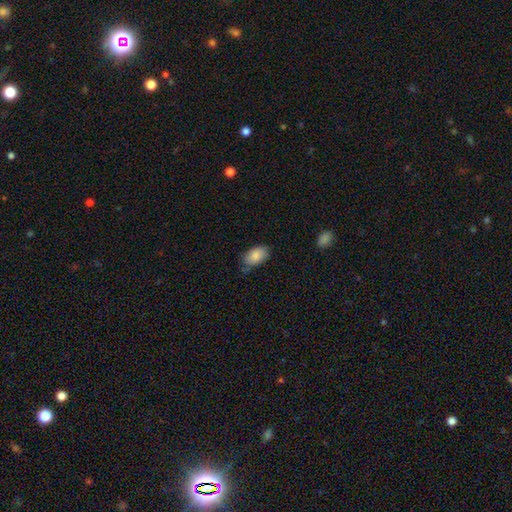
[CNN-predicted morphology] Smooth or featured?
  - smooth: 86% *
  - featured or disk: 7%
  - star or artifact: 7%
How rounded?
  - in between: 91% *
  - round: 8%
  - cigar-shaped: 1%
Merging?
  - none: 63% *
  - minor disturbance: 29%
  - major disturbance: 5%
  - merger: 2%